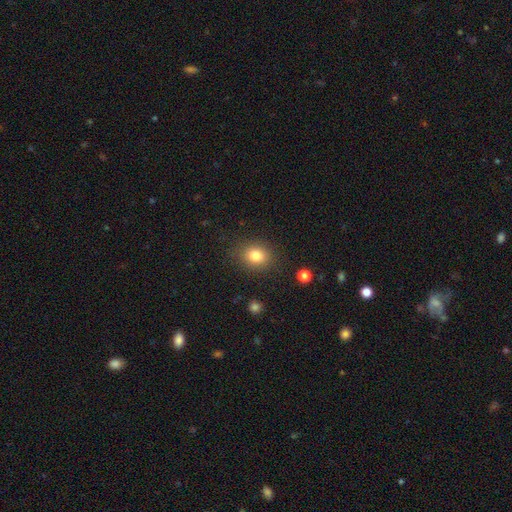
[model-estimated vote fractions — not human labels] Smooth or featured? Predicted: smooth (p=0.80). How rounded? Predicted: round (p=0.64). Merging? Predicted: none (p=0.86).